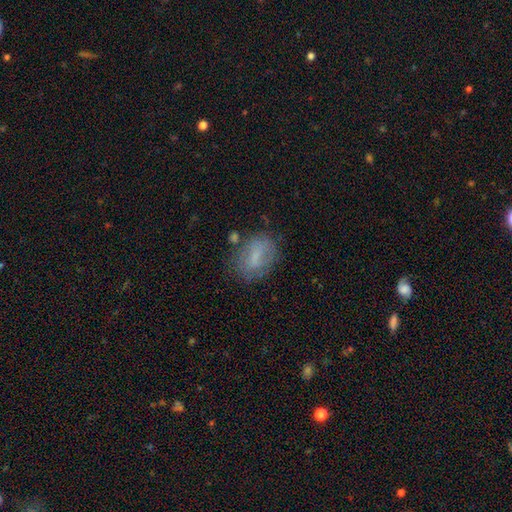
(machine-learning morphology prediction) Smooth or featured: smooth — 61% (featured or disk — 29%)
How rounded: in between — 78% (round — 19%)
Merging: none — 63% (minor disturbance — 23%)